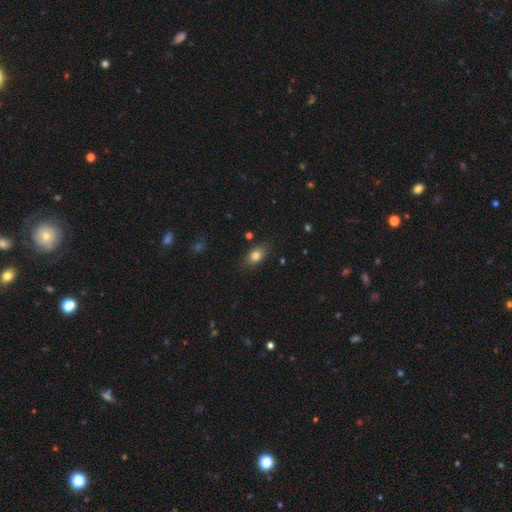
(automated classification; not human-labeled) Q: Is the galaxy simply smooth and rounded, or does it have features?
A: smooth — 79%.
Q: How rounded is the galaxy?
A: in between — 81%.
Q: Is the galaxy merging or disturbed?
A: none — 81%.